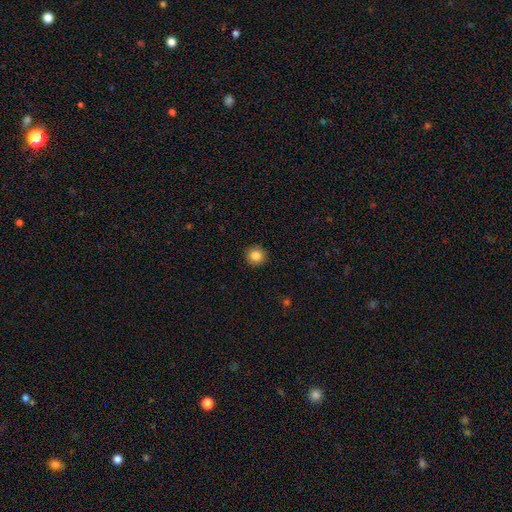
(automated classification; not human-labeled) This is clearly a smooth galaxy (85%). How rounded: clearly round (93%). Merging: clearly none (92%).